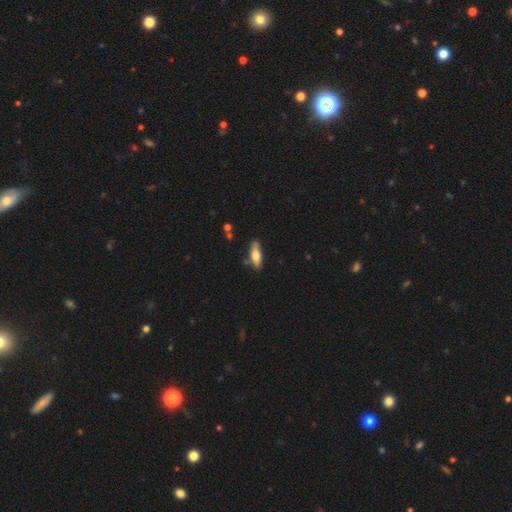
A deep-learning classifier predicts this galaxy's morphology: smooth_or_featured: smooth (p=0.68) [alt: featured or disk p=0.26]
how_rounded: in between (p=0.59) [alt: cigar-shaped p=0.39]
merging: none (p=0.74) [alt: minor disturbance p=0.18]